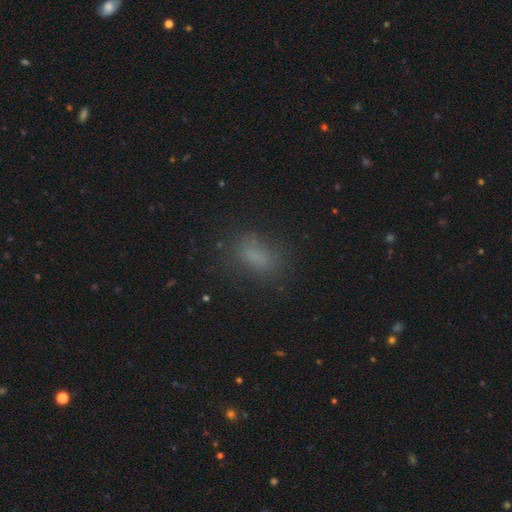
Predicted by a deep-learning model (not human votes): This is likely a smooth galaxy (75%). How rounded: clearly in between (81%). Merging: likely none (74%).